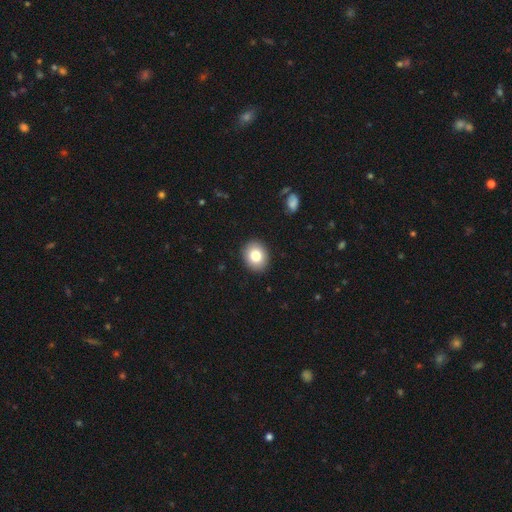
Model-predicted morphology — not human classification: This appears to be a smooth galaxy with no disk features (81%) that is round (59%). Merging: none (91%).